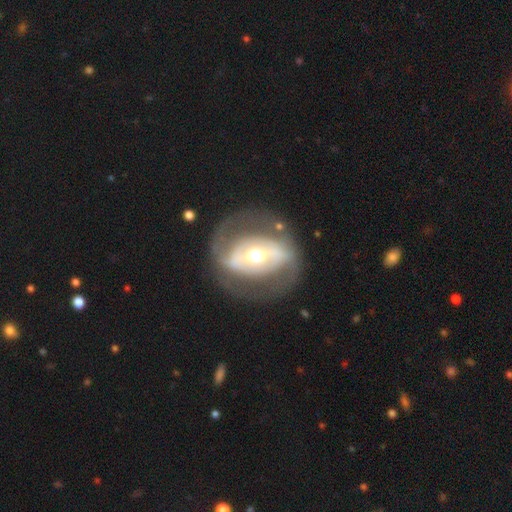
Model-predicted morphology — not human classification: This is likely a featured or disk galaxy (76%). It is clearly not viewed edge-on (94%). Bar: marginally strong (42%). Spiral arm pattern: possibly yes (54%). Central bulge: likely moderate (68%). Merging: likely none (71%).